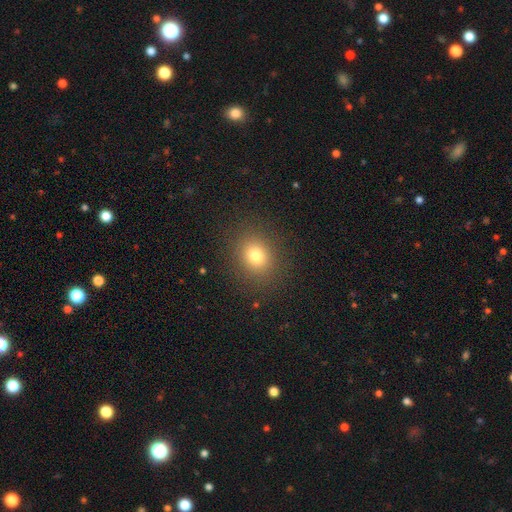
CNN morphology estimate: A smooth galaxy with no disk features (76%) that is round (69%).

Vote fractions:
- Smooth or featured? smooth: 76% / star or artifact: 15% / featured or disk: 9%
- How rounded? round: 69% / in between: 30% / cigar-shaped: 1%
- Merging? none: 88% / minor disturbance: 7% / major disturbance: 4% / merger: 1%